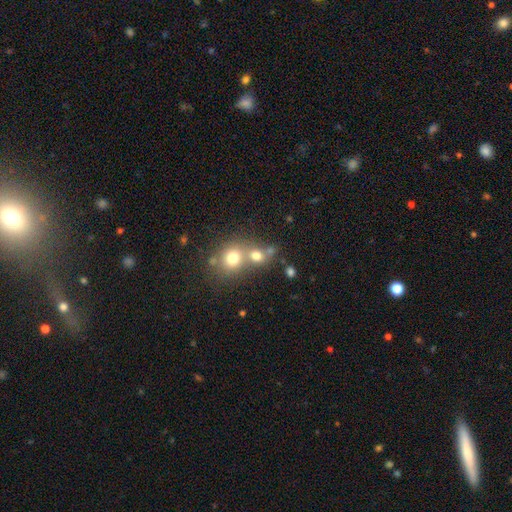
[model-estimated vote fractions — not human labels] A smooth galaxy with no disk features (69%) that is round (76%).

Vote fractions:
- Smooth or featured? smooth: 69% / star or artifact: 16% / featured or disk: 15%
- How rounded? round: 76% / in between: 23% / cigar-shaped: 1%
- Merging? merger: 50% / none: 40% / minor disturbance: 7% / major disturbance: 3%